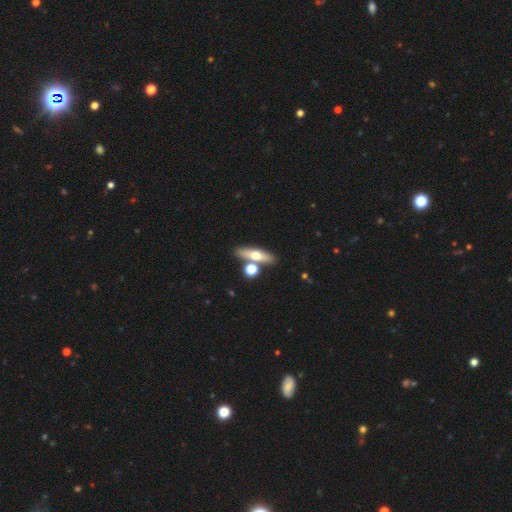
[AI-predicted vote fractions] This is possibly a smooth galaxy (52%). How rounded: possibly cigar-shaped (57%). Merging: likely none (71%).